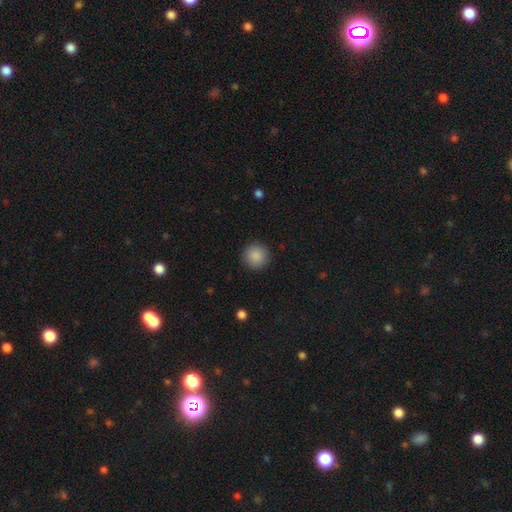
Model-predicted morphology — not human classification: smooth 88%, star or artifact 8%, featured or disk 3%. Down the decision tree: how rounded — round (95%); merging — none (92%).